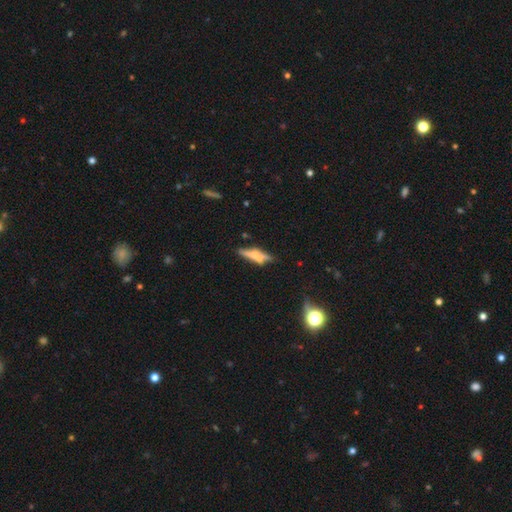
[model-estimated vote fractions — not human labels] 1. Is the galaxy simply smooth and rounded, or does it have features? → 49% featured or disk, 43% smooth, 8% star or artifact.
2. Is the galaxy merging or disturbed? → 65% none, 19% minor disturbance, 10% merger, 6% major disturbance.